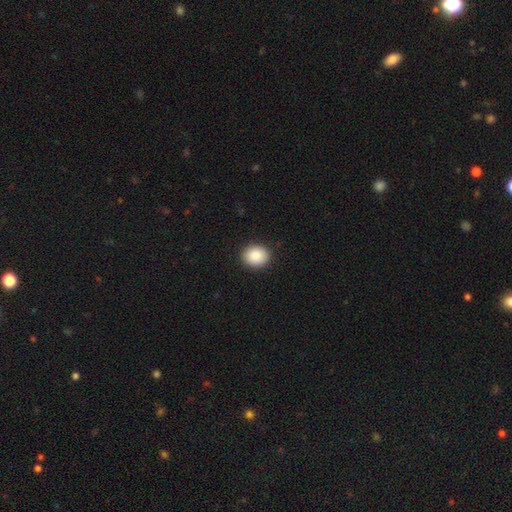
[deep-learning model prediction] smooth-or-featured: smooth: 90% | star or artifact: 7% | featured or disk: 3%
  how-rounded: round: 67% | in between: 32% | cigar-shaped: 1%
  merging: none: 91% | minor disturbance: 6% | major disturbance: 2% | merger: 1%